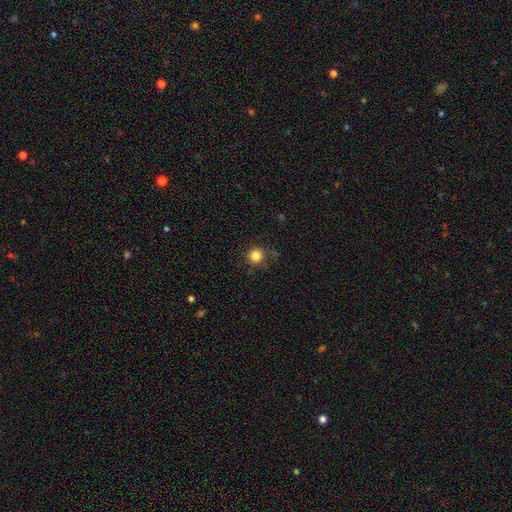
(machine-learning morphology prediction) Overall: smooth (84%). How rounded: round (94%). Merging: none (81%).